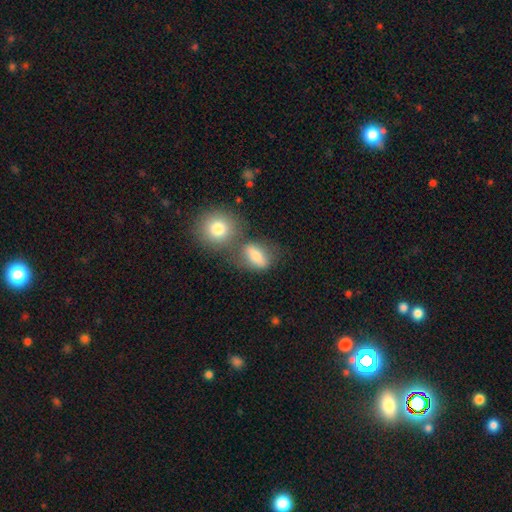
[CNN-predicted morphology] This is likely a smooth galaxy (71%). How rounded: likely in between (68%). Merging: possibly none (49%).